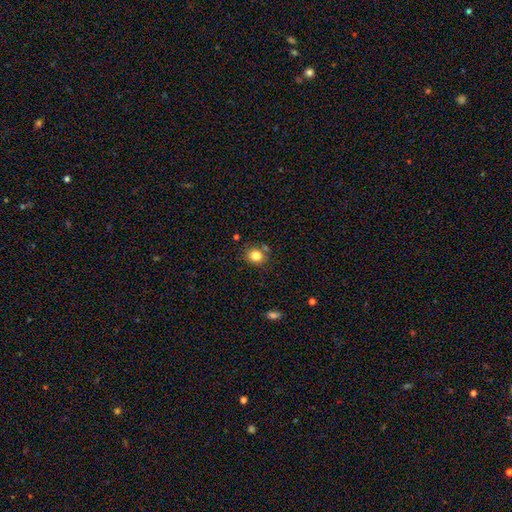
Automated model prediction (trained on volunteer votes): Smooth or featured? Predicted: smooth (p=0.82). How rounded? Predicted: round (p=0.75). Merging? Predicted: none (p=0.77).